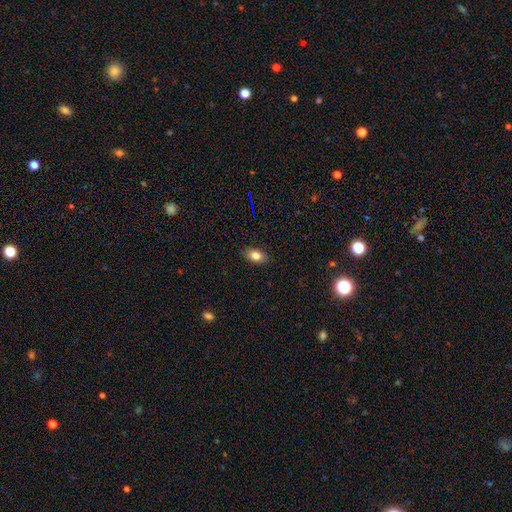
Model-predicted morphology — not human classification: Smooth or featured? Predicted: smooth (p=0.81). How rounded? Predicted: in between (p=0.88). Merging? Predicted: none (p=0.88).